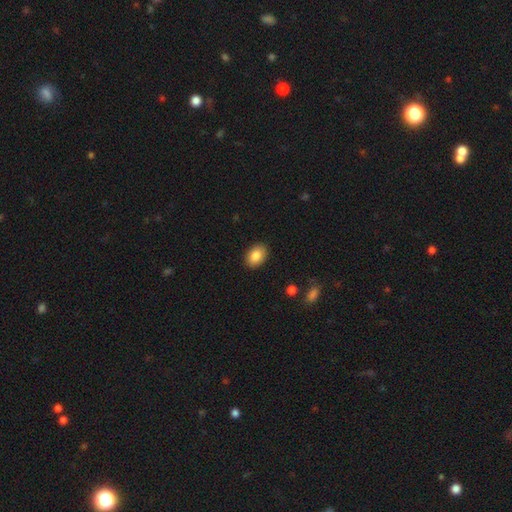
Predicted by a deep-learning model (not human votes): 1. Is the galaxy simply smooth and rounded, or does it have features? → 86% smooth, 7% star or artifact, 6% featured or disk.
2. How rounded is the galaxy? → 82% in between, 17% round, 1% cigar-shaped.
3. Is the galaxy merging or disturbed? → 89% none, 8% minor disturbance, 2% major disturbance, 1% merger.